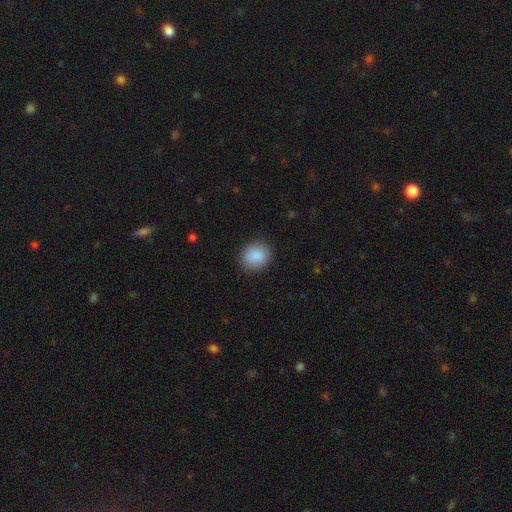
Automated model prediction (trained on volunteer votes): smooth-or-featured: smooth: 88% | star or artifact: 7% | featured or disk: 5%
  how-rounded: round: 65% | in between: 34% | cigar-shaped: 1%
  merging: none: 85% | minor disturbance: 11% | major disturbance: 3% | merger: 1%